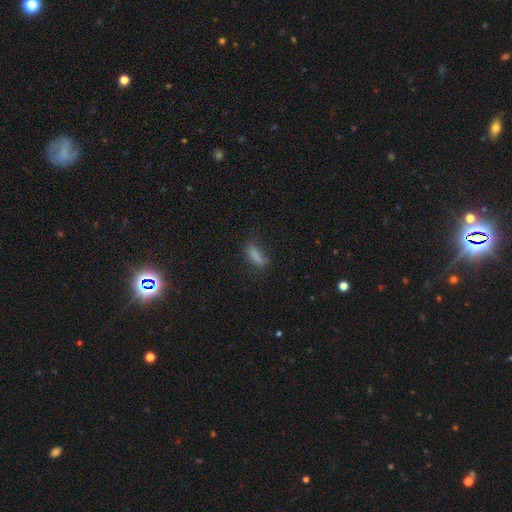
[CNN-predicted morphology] Smooth or featured: smooth — 80% (star or artifact — 11%)
How rounded: in between — 49% (cigar-shaped — 48%)
Merging: none — 67% (minor disturbance — 22%)